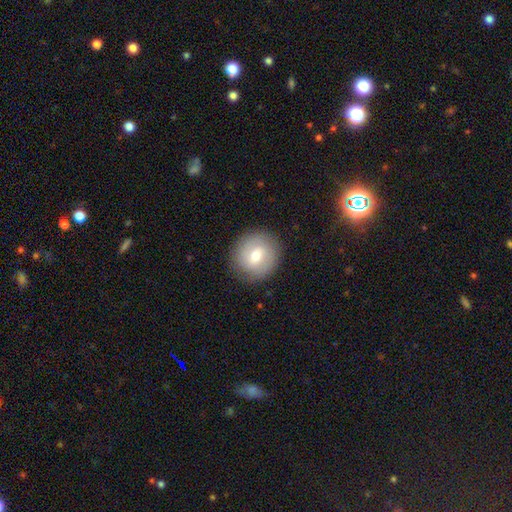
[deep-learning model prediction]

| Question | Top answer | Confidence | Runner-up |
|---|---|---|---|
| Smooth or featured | smooth | 60% | featured or disk (32%) |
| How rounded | round | 89% | in between (10%) |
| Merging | none | 87% | minor disturbance (9%) |